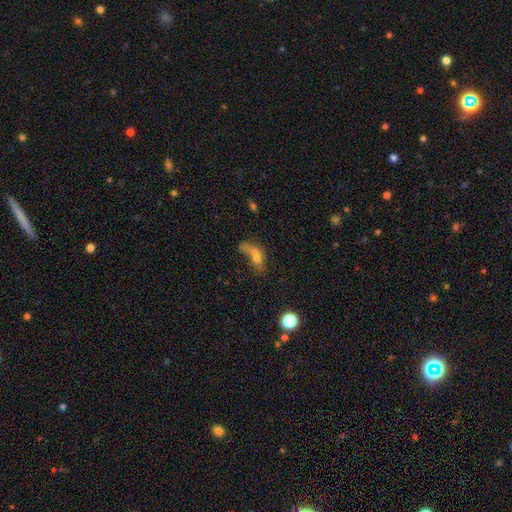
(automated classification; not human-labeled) smooth 57%, featured or disk 29%, star or artifact 15%. Down the decision tree: how rounded — in between (62%); merging — merger (43%).